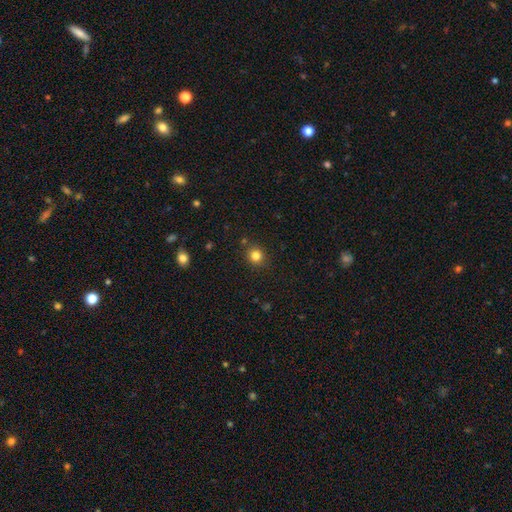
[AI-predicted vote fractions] Smooth or featured: smooth — 81% (star or artifact — 13%)
How rounded: round — 88% (in between — 12%)
Merging: none — 87% (minor disturbance — 8%)